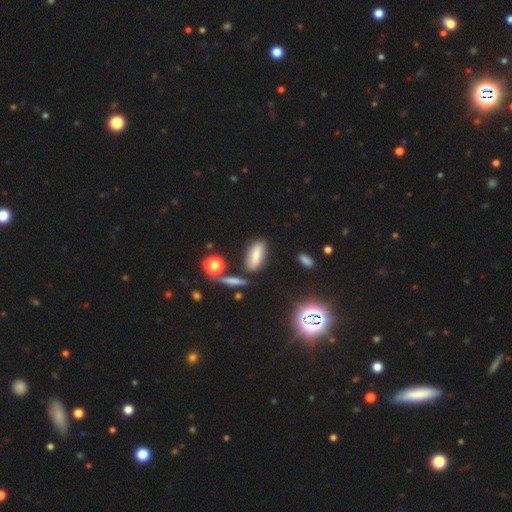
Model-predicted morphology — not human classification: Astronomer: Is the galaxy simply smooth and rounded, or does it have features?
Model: smooth — 72%.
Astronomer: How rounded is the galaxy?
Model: in between — 74%.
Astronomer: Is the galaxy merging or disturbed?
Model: none — 75%.